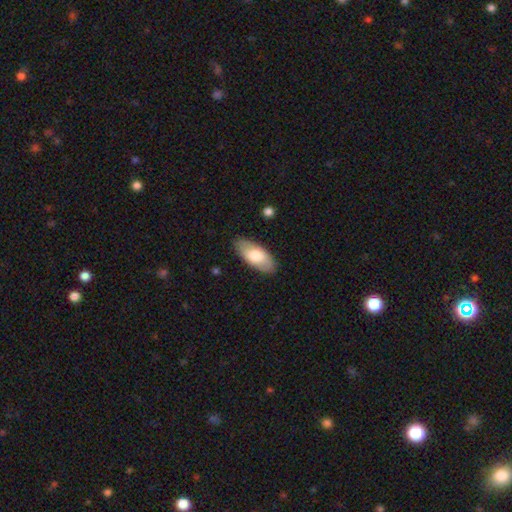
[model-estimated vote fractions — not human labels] Smooth or featured: smooth — 73% (featured or disk — 21%)
How rounded: in between — 89% (cigar-shaped — 9%)
Merging: none — 86% (minor disturbance — 11%)